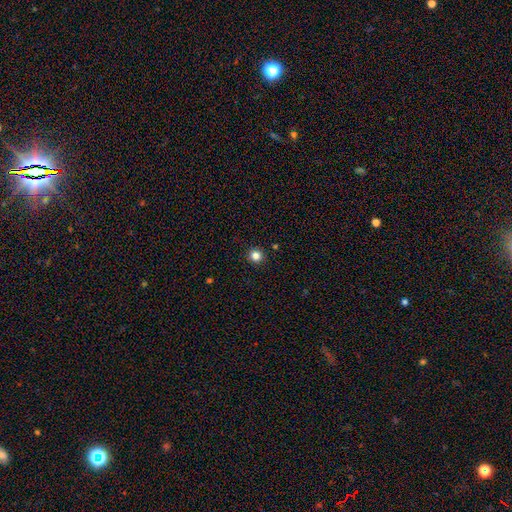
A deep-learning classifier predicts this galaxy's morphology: smooth_or_featured: smooth (p=0.83) [alt: star or artifact p=0.13]
how_rounded: round (p=0.93) [alt: in between p=0.06]
merging: none (p=0.93) [alt: minor disturbance p=0.05]